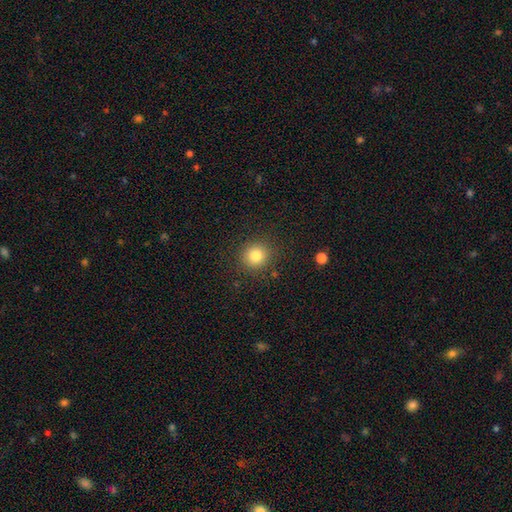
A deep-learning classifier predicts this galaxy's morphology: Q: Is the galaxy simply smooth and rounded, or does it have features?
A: smooth — 82%.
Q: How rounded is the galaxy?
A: round — 88%.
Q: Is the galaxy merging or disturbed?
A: none — 88%.